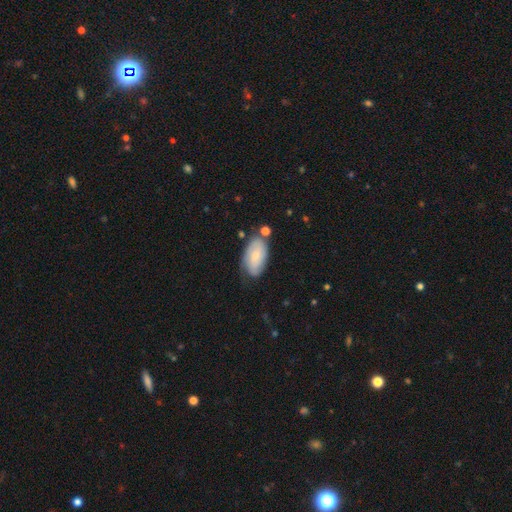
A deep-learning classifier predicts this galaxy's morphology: Smooth or featured?
  - smooth: 58% *
  - featured or disk: 36%
  - star or artifact: 6%
How rounded?
  - in between: 93% *
  - cigar-shaped: 4%
  - round: 3%
Merging?
  - none: 62% *
  - minor disturbance: 24%
  - major disturbance: 7%
  - merger: 7%